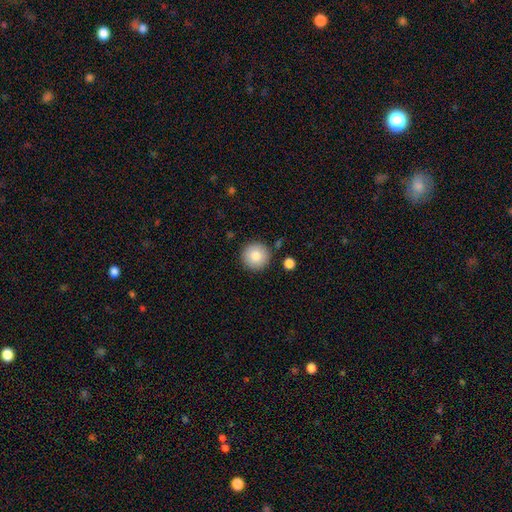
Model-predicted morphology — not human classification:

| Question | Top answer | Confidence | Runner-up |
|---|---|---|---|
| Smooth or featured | smooth | 83% | featured or disk (8%) |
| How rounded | round | 96% | in between (3%) |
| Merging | none | 88% | minor disturbance (7%) |